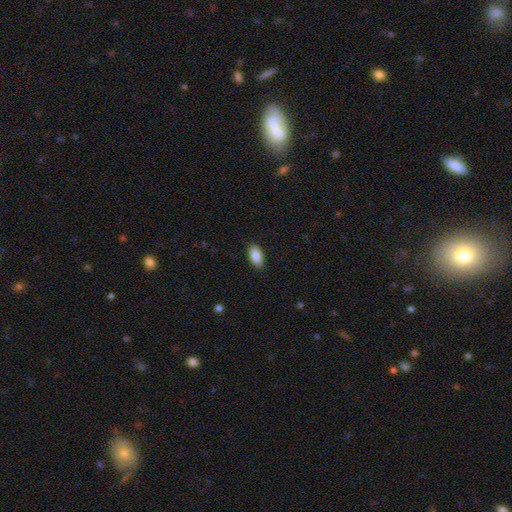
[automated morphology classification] This appears to be a smooth galaxy with no disk features (89%) that is in between round and cigar-shaped (93%). Merging: none (88%).